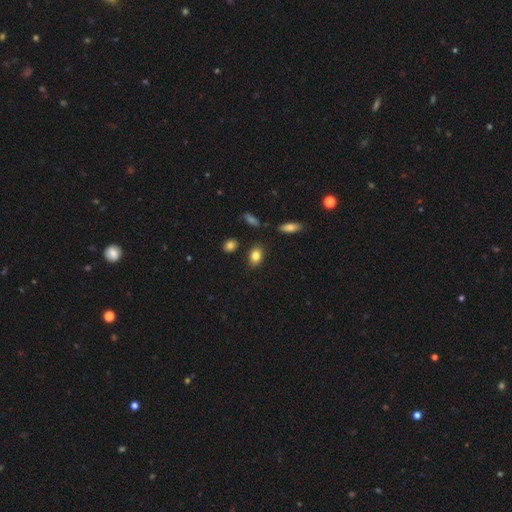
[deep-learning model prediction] smooth-or-featured: smooth: 83% | star or artifact: 9% | featured or disk: 8%
  how-rounded: in between: 75% | round: 23% | cigar-shaped: 2%
  merging: none: 84% | minor disturbance: 10% | merger: 4% | major disturbance: 3%